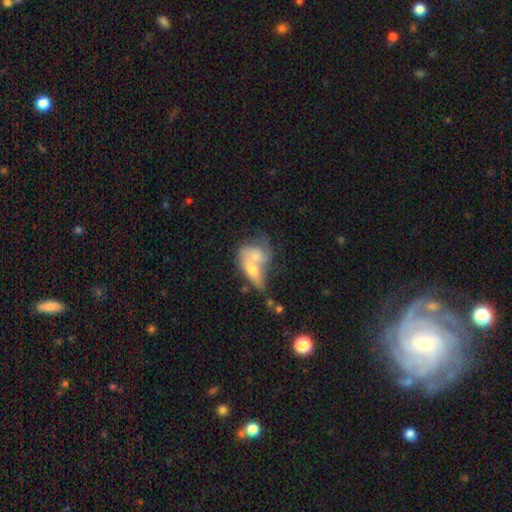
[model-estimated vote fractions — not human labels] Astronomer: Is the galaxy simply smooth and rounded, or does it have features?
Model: smooth — 54% (runner-up: featured or disk, 38%).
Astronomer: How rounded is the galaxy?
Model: in between — 69%.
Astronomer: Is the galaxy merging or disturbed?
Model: merger — 66%.